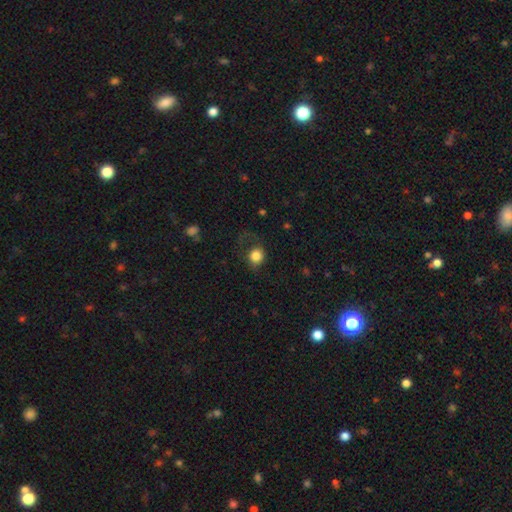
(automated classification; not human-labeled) Smooth or featured? Predicted: smooth (p=0.81). How rounded? Predicted: round (p=0.75). Merging? Predicted: none (p=0.55).